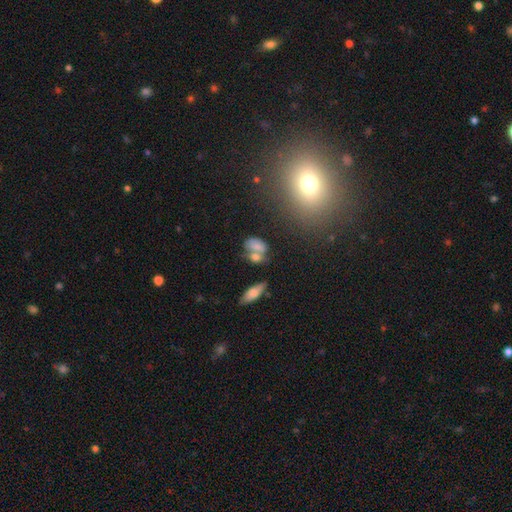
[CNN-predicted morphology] Q: Smooth or featured?
A: smooth (61%); runner-up: featured or disk (25%)
Q: How rounded?
A: in between (76%); runner-up: round (18%)
Q: Merging?
A: none (43%); runner-up: merger (33%)